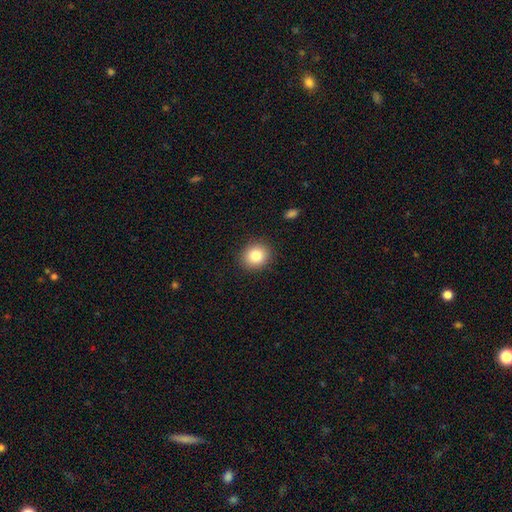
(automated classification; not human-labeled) The model was most divided on "how rounded": round: 78%, in between: 21%, cigar-shaped: 1%. More confident: merging — none (90%); smooth or featured — smooth (84%).